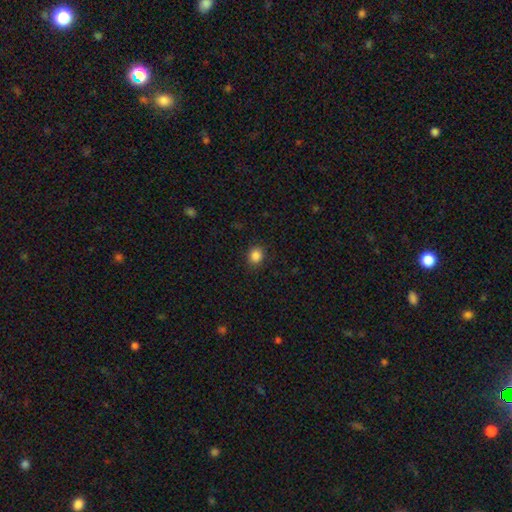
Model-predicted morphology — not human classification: A smooth galaxy with no disk features (86%) that is round (71%). Merging: none (89%).